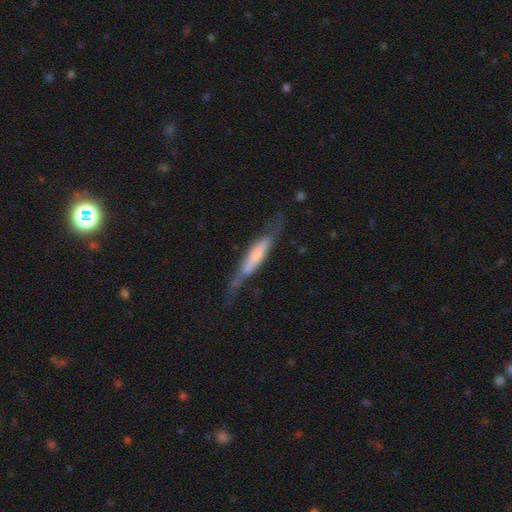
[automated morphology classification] smooth_or_featured: featured or disk (p=0.53) [alt: smooth p=0.41]
disk_edge_on: yes (p=0.72) [alt: no p=0.28]
merging: none (p=0.54) [alt: minor disturbance p=0.27]